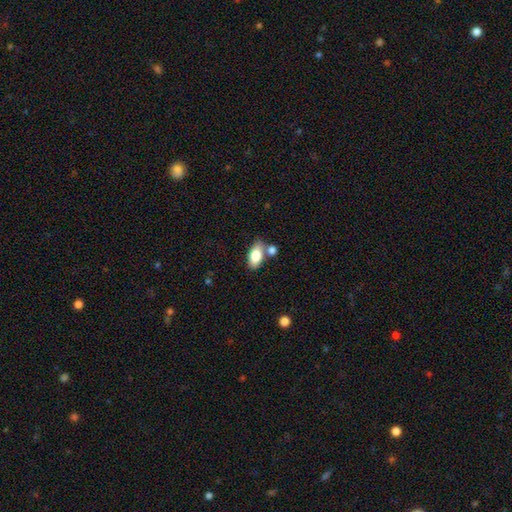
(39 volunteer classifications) smooth-or-featured: smooth: 90% | featured or disk: 5% | star or artifact: 5%
  how-rounded: in between: 91% | round: 6% | cigar-shaped: 3%
  merging: none: 62% | merger: 19% | minor disturbance: 16% | major disturbance: 3%